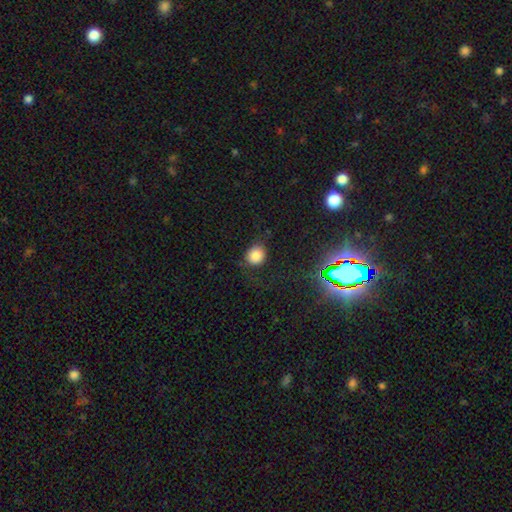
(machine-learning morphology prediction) This appears to be a smooth galaxy with no disk features (80%) that is round (80%). Merging: none (69%).